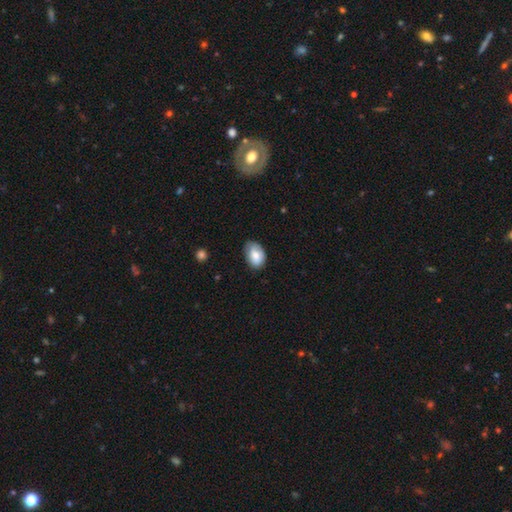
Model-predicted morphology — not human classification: Q: Smooth or featured?
A: smooth (78%); runner-up: featured or disk (15%)
Q: How rounded?
A: in between (86%); runner-up: round (13%)
Q: Merging?
A: none (66%); runner-up: minor disturbance (28%)